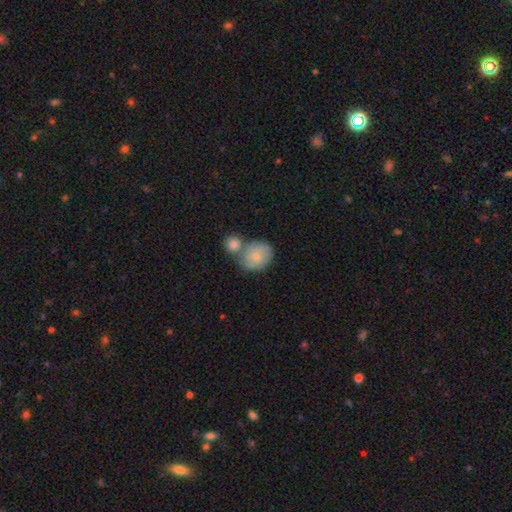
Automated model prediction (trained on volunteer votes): smooth 66%, featured or disk 27%, star or artifact 7%. Down the decision tree: how rounded — round (70%); merging — merger (42%).